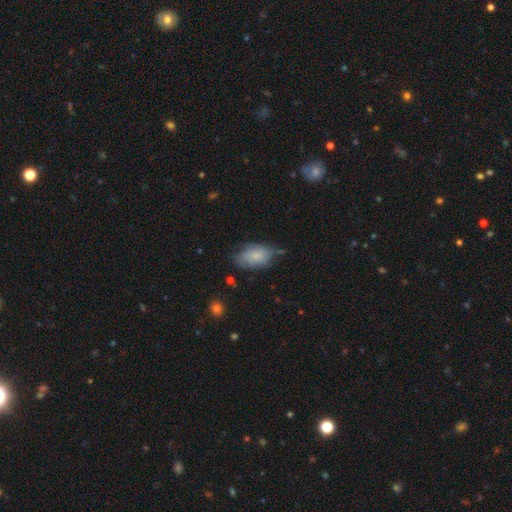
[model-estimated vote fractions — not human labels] Smooth or featured? Predicted: smooth (p=0.73). How rounded? Predicted: in between (p=0.91). Merging? Predicted: none (p=0.53).